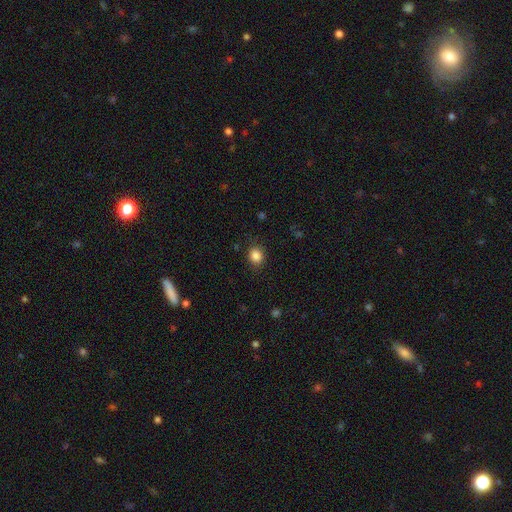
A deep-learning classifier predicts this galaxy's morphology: Smooth or featured?
  - smooth: 85% *
  - star or artifact: 11%
  - featured or disk: 4%
How rounded?
  - round: 75% *
  - in between: 24%
  - cigar-shaped: 1%
Merging?
  - none: 85% *
  - minor disturbance: 11%
  - major disturbance: 3%
  - merger: 1%